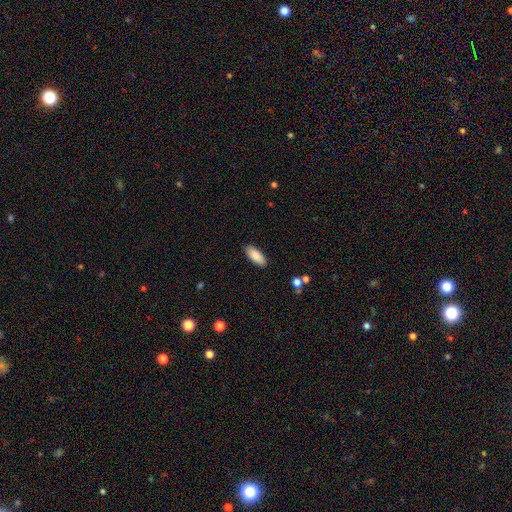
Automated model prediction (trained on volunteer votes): Q: Smooth or featured?
A: smooth (88%); runner-up: star or artifact (6%)
Q: How rounded?
A: in between (82%); runner-up: cigar-shaped (17%)
Q: Merging?
A: none (88%); runner-up: minor disturbance (9%)